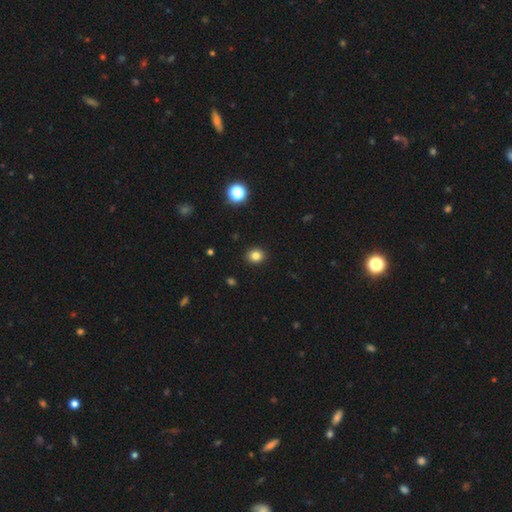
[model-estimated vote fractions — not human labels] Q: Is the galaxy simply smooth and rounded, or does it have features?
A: smooth — 82%.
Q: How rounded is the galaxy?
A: round — 69%.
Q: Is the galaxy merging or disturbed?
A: none — 91%.